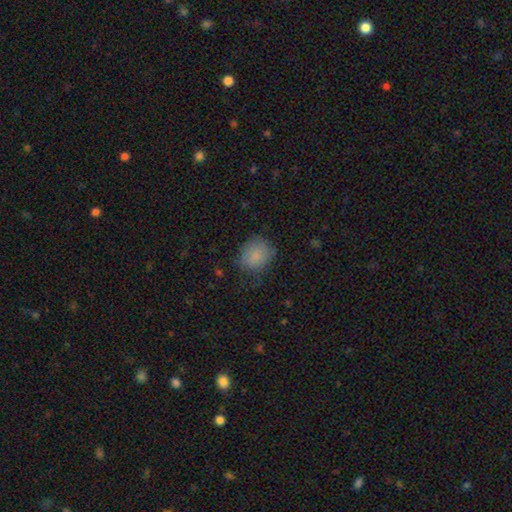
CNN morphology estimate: smooth-or-featured: smooth: 83% | star or artifact: 9% | featured or disk: 8%
  how-rounded: round: 63% | in between: 36% | cigar-shaped: 1%
  merging: none: 67% | minor disturbance: 25% | major disturbance: 8% | merger: 1%